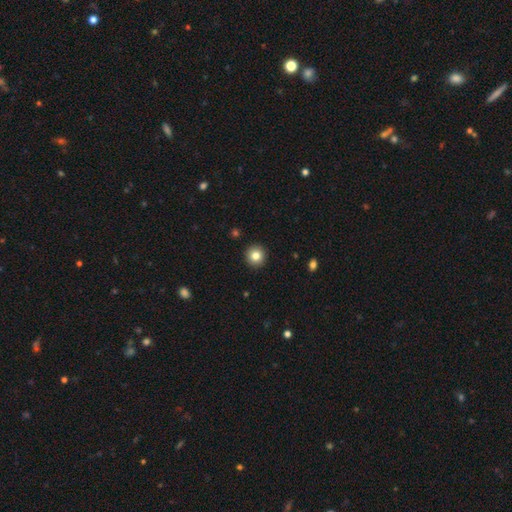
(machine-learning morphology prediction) A smooth galaxy with no disk features (83%) that is round (95%). Merging: none (93%).